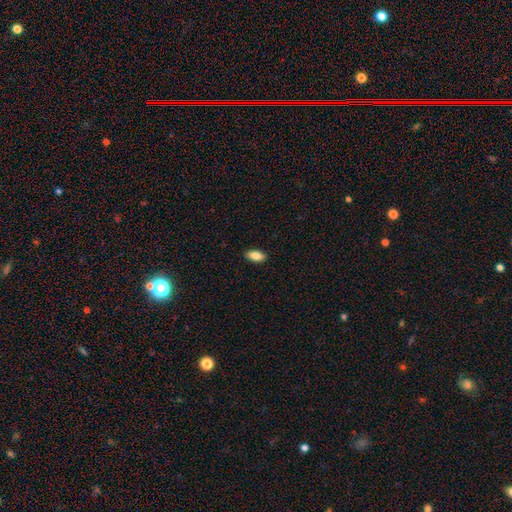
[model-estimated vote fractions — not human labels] Overall: smooth (84%). How rounded: in between (90%). Merging: none (90%).